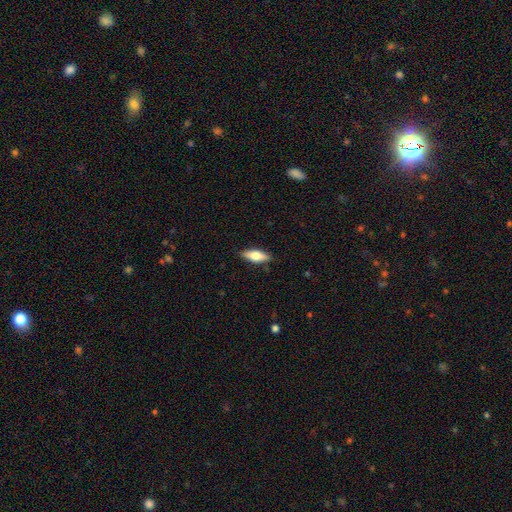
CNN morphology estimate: Smooth or featured: smooth — 69% (featured or disk — 25%)
How rounded: in between — 69% (cigar-shaped — 29%)
Merging: none — 87% (minor disturbance — 10%)